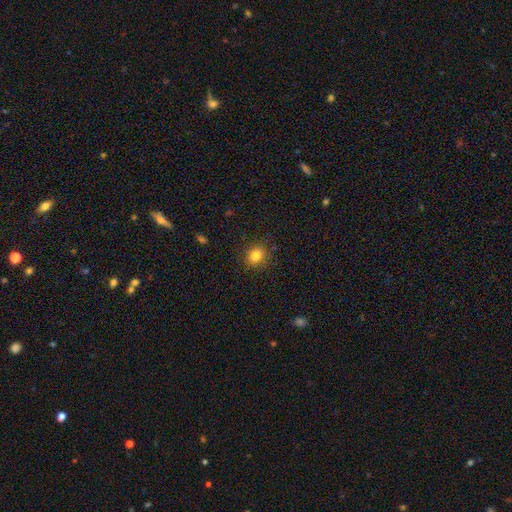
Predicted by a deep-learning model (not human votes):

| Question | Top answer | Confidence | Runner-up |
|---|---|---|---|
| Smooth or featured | smooth | 84% | star or artifact (11%) |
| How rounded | round | 66% | in between (33%) |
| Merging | none | 86% | minor disturbance (10%) |